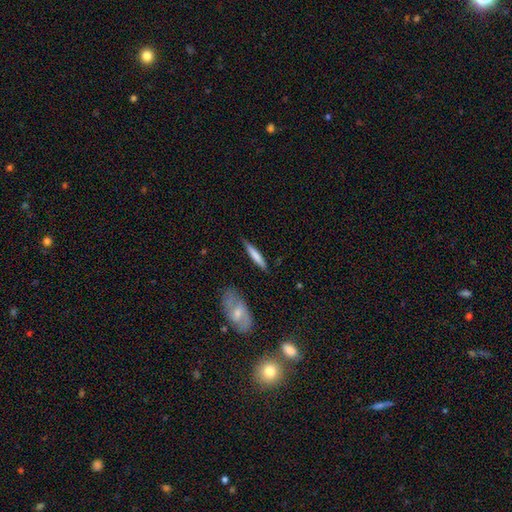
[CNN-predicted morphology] Overall: smooth (68%). How rounded: cigar-shaped (88%). Merging: none (83%).